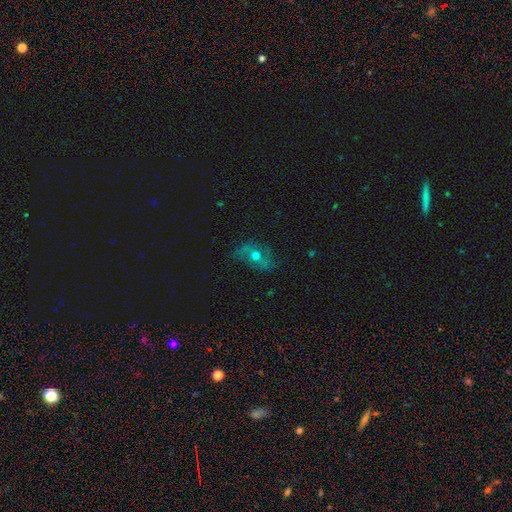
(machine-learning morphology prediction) Overall: featured or disk (53%; smooth 35%). Edge-on disk: no (90%). Merging: none (64%).